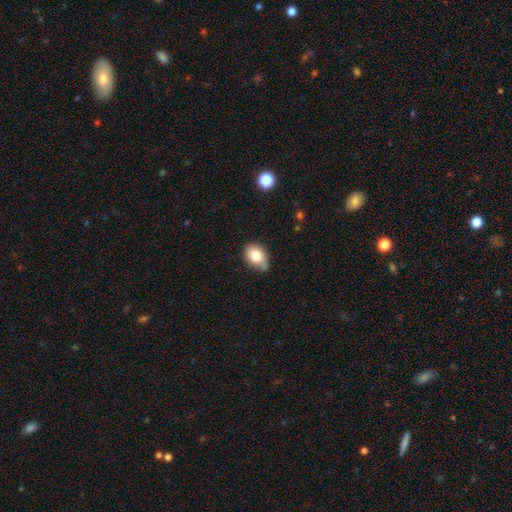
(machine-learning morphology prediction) smooth_or_featured: smooth (p=0.79) [alt: featured or disk p=0.12]
how_rounded: in between (p=0.67) [alt: round p=0.32]
merging: none (p=0.51) [alt: minor disturbance p=0.37]